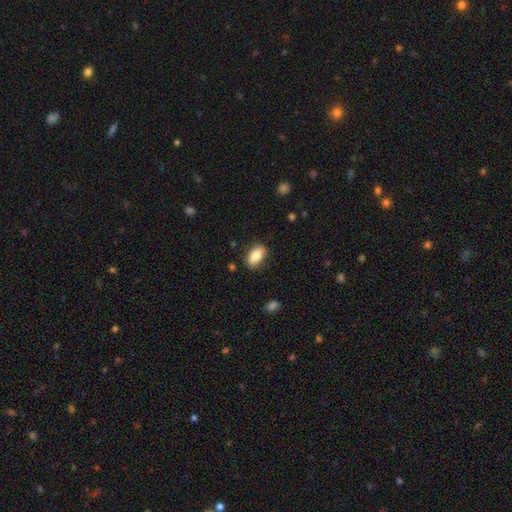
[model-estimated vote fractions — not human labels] Morphology: type=smooth (83%); roundness=in between (90%); merging=none (84%).